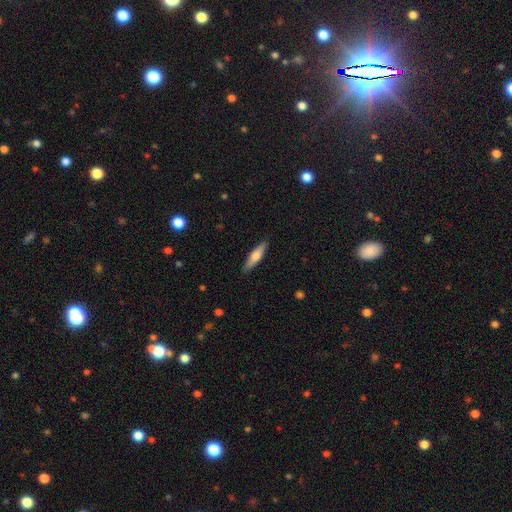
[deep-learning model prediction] This is possibly a smooth galaxy (57%). How rounded: likely cigar-shaped (78%). Merging: clearly none (89%).